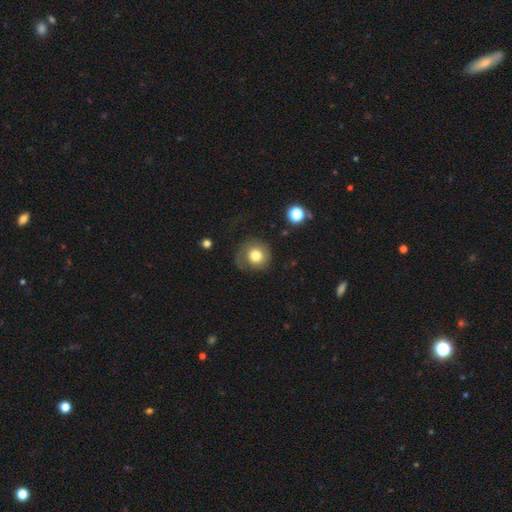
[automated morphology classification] smooth-or-featured: smooth: 70% | featured or disk: 20% | star or artifact: 10%
  how-rounded: round: 90% | in between: 9% | cigar-shaped: 1%
  merging: none: 61% | minor disturbance: 20% | major disturbance: 17% | merger: 2%